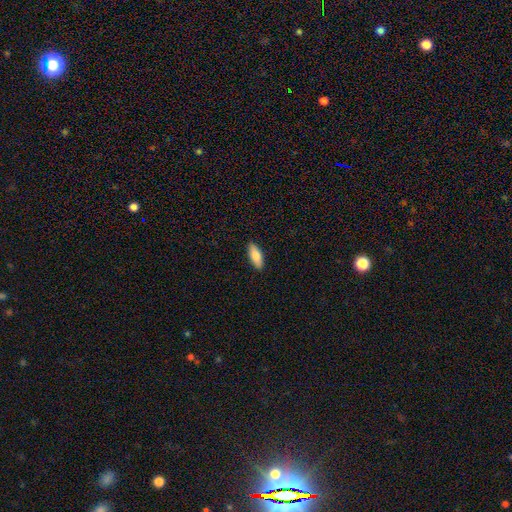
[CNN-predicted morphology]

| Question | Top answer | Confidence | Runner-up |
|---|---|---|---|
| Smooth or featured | smooth | 77% | featured or disk (17%) |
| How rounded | in between | 74% | cigar-shaped (24%) |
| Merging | none | 90% | minor disturbance (7%) |